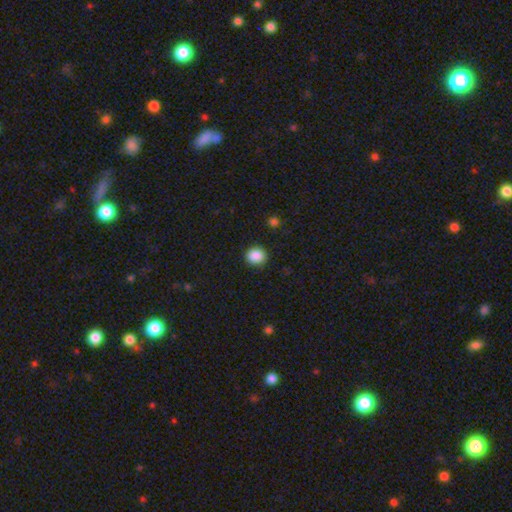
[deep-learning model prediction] Smooth or featured? smooth (88%)
How rounded? round (86%)
Merging? none (91%)